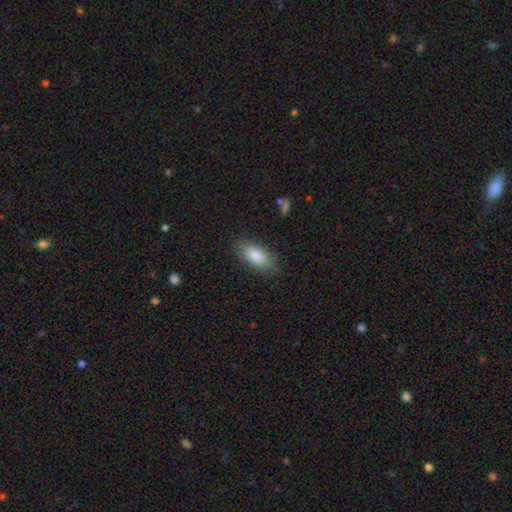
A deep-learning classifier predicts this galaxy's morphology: A smooth galaxy with no disk features (85%) that is in between round and cigar-shaped (85%).

Vote fractions:
- Smooth or featured? smooth: 85% / featured or disk: 8% / star or artifact: 6%
- How rounded? in between: 85% / cigar-shaped: 13% / round: 2%
- Merging? none: 83% / minor disturbance: 13% / major disturbance: 3% / merger: 1%